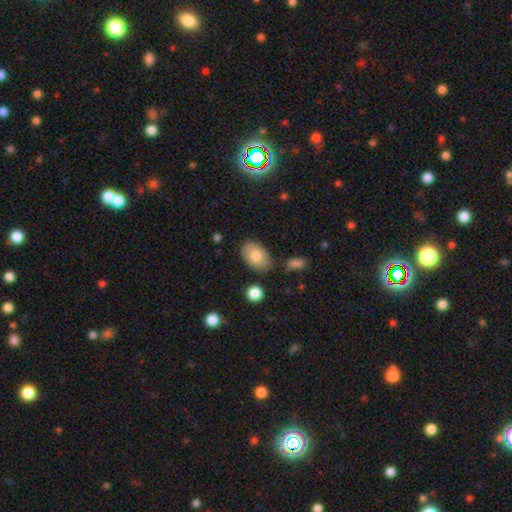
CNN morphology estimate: The model was most divided on "smooth or featured": smooth: 78%, featured or disk: 15%, star or artifact: 7%. More confident: how rounded — in between (91%); merging — none (79%).